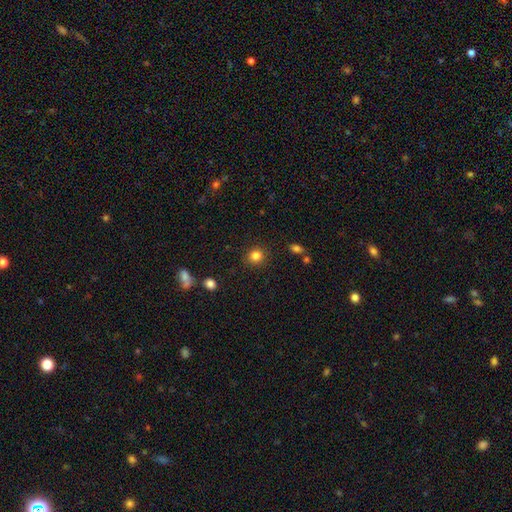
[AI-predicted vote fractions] Morphology: type=smooth (84%); roundness=round (87%); merging=none (89%).